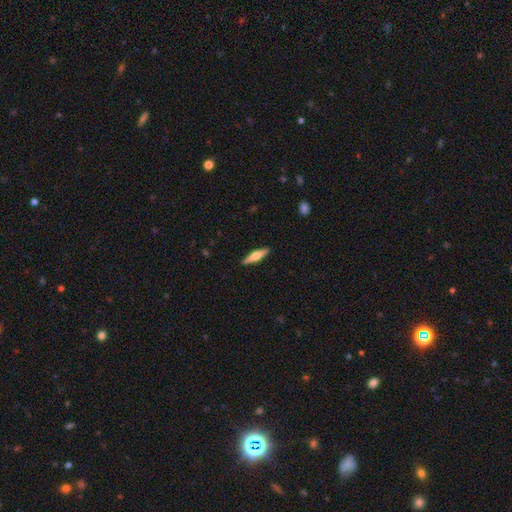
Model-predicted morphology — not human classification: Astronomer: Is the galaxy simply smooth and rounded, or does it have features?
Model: featured or disk — 51% (runner-up: smooth, 44%).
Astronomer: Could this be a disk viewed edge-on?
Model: yes — 95%.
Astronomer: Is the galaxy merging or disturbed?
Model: none — 91%.